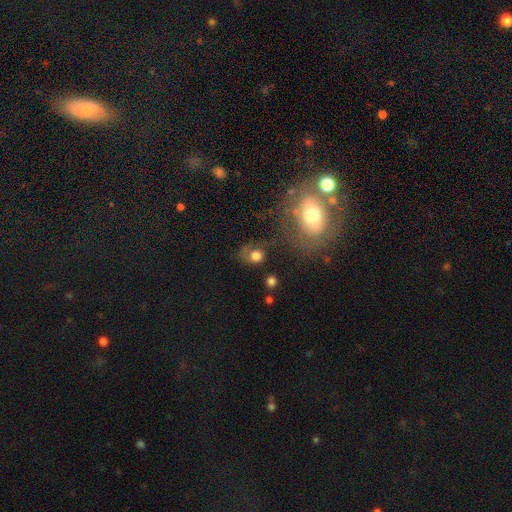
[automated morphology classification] This is likely a smooth galaxy (66%). How rounded: likely round (68%). Merging: possibly none (49%).